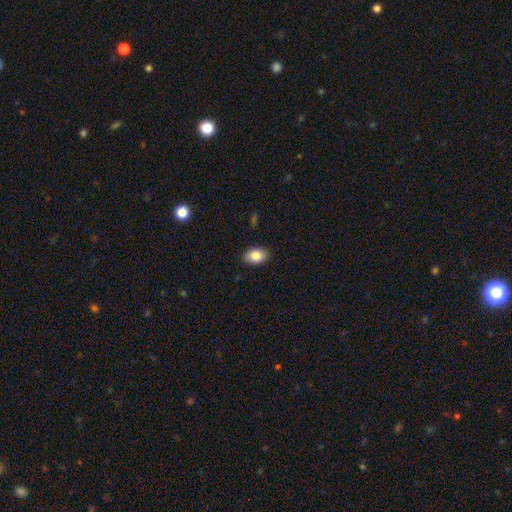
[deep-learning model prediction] Q: Smooth or featured?
A: smooth (85%); runner-up: star or artifact (8%)
Q: How rounded?
A: in between (82%); runner-up: round (17%)
Q: Merging?
A: none (88%); runner-up: minor disturbance (9%)